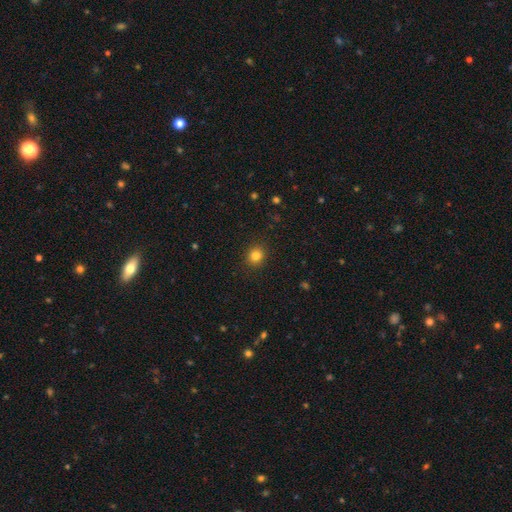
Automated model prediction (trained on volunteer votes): Overall: smooth (83%). How rounded: round (81%). Merging: none (91%).